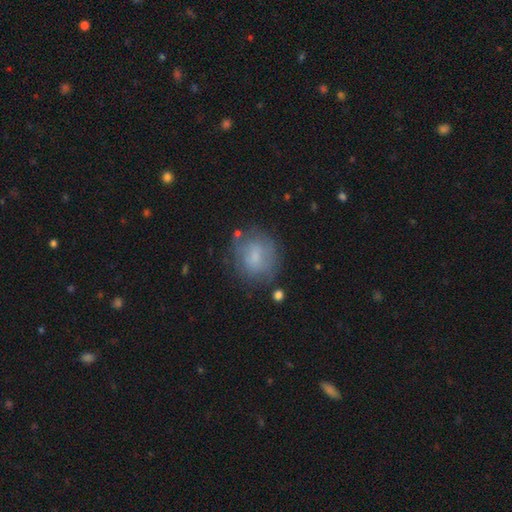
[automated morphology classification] Overall: smooth (61%; featured or disk 30%). How rounded: round (71%). Merging: none (68%).